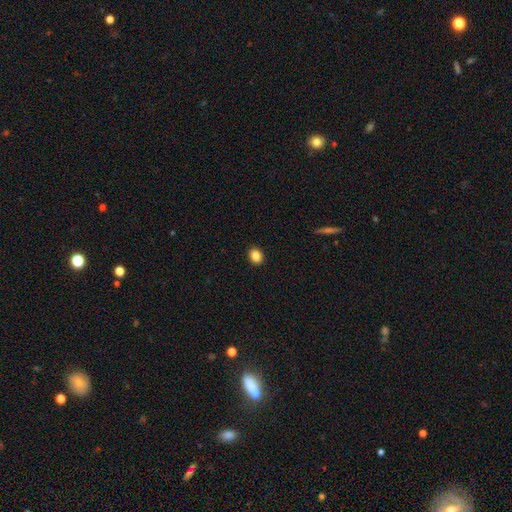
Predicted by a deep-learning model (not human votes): This appears to be a smooth galaxy with no disk features (86%) that is in between round and cigar-shaped (52%). Merging: none (92%).